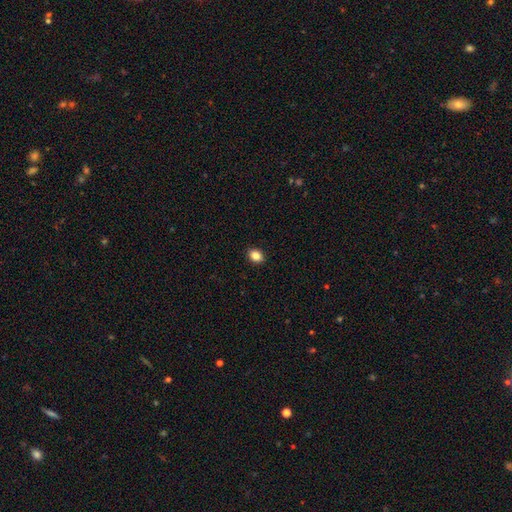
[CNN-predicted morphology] Smooth or featured: smooth — 87% (star or artifact — 9%)
How rounded: in between — 62% (round — 36%)
Merging: none — 91% (minor disturbance — 7%)